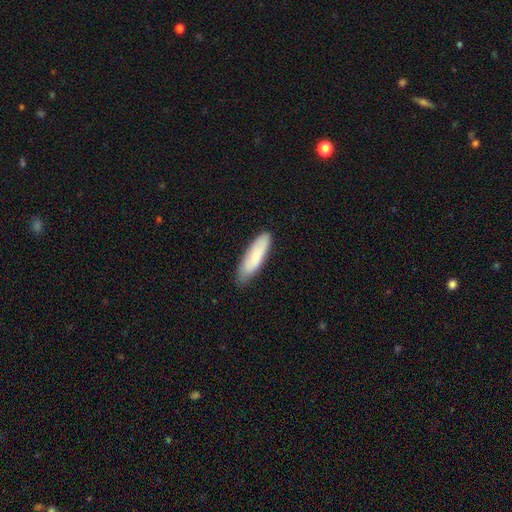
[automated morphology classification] A smooth galaxy with no disk features (79%) that is cigar-shaped (60%).

Vote fractions:
- Smooth or featured? smooth: 79% / featured or disk: 15% / star or artifact: 6%
- How rounded? cigar-shaped: 60% / in between: 39% / round: 1%
- Merging? none: 77% / minor disturbance: 19% / major disturbance: 3% / merger: 1%